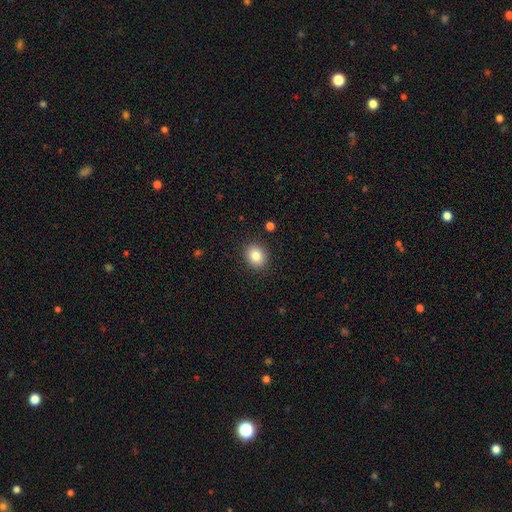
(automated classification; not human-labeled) The model was most divided on "how rounded": round: 64%, in between: 35%, cigar-shaped: 1%. More confident: merging — none (90%); smooth or featured — smooth (83%).